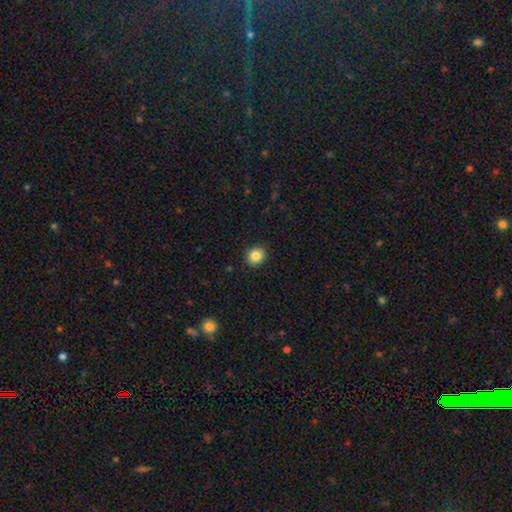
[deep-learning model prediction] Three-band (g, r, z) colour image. It shows a smooth galaxy with no disk features (85%) that is round (80%). Merging: none (90%).